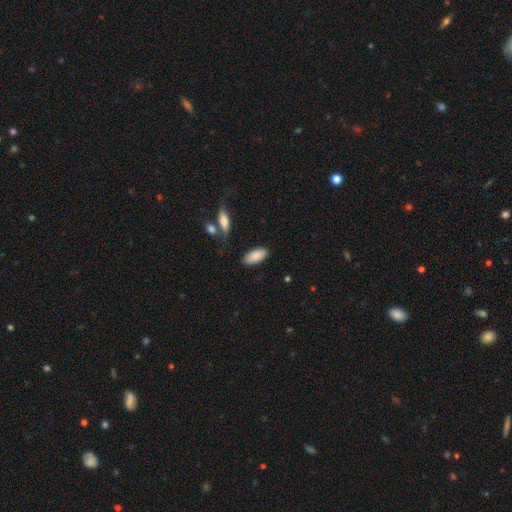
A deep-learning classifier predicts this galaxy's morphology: This is clearly a smooth galaxy (88%). How rounded: clearly in between (85%). Merging: clearly none (84%).